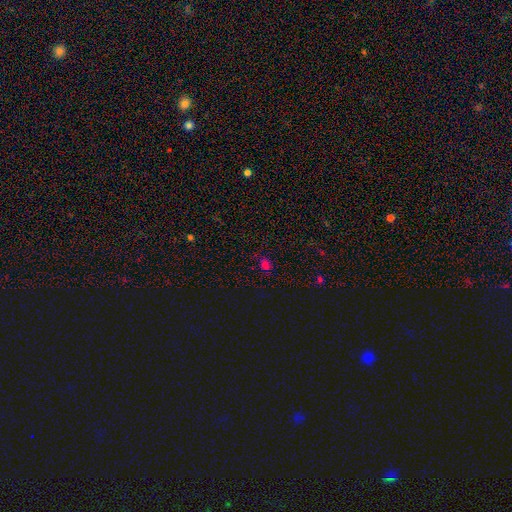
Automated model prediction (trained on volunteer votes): Smooth or featured? Predicted: smooth (p=0.58). How rounded? Predicted: round (p=0.57). Merging? Predicted: none (p=0.76).